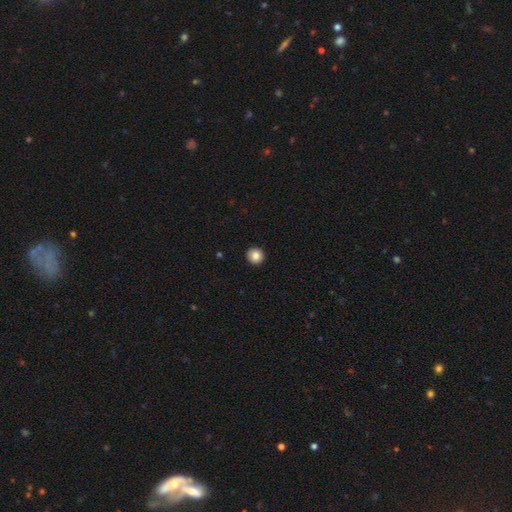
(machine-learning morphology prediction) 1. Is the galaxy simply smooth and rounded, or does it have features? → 83% smooth, 9% star or artifact, 8% featured or disk.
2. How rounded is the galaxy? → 95% round, 4% in between, 1% cigar-shaped.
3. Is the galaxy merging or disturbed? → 93% none, 5% minor disturbance, 1% major disturbance, 1% merger.